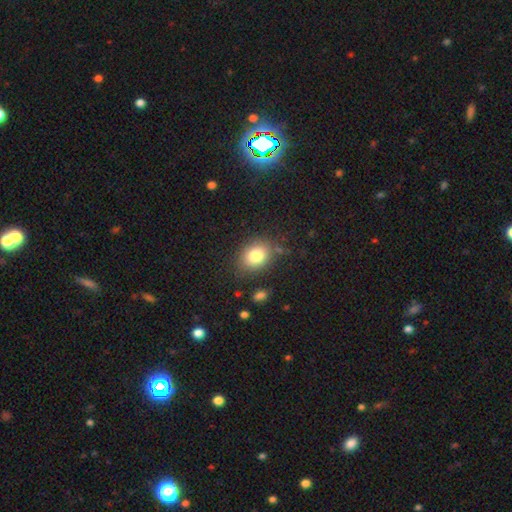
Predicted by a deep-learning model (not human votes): This appears to be a smooth galaxy with no disk features (81%) that is in between round and cigar-shaped (58%). Merging: none (81%).